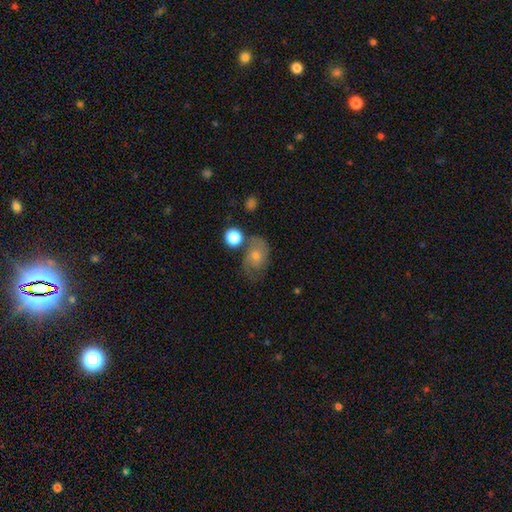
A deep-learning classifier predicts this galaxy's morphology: Smooth or featured?
  - featured or disk: 54% *
  - smooth: 34%
  - star or artifact: 12%
Edge-on disk?
  - no: 95% *
  - yes: 5%
Bar?
  - no: 77% *
  - weak: 20%
  - strong: 3%
Spiral arms?
  - yes: 79% *
  - no: 21%
Bulge size?
  - small: 47% *
  - moderate: 46%
  - large: 3%
  - none: 3%
  - dominant: 1%
Merging?
  - none: 61% *
  - minor disturbance: 20%
  - major disturbance: 10%
  - merger: 9%